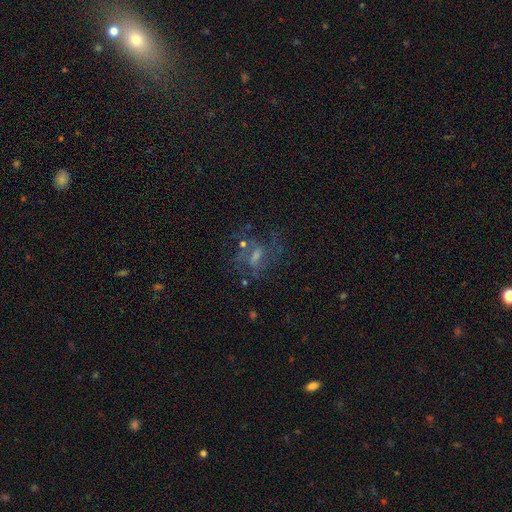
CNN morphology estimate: Smooth or featured?
  - featured or disk: 57% *
  - star or artifact: 22%
  - smooth: 21%
Edge-on disk?
  - no: 94% *
  - yes: 6%
Bar?
  - weak: 49% *
  - no: 33%
  - strong: 18%
Spiral arms?
  - yes: 71% *
  - no: 29%
Bulge size?
  - moderate: 38% *
  - small: 34%
  - none: 20%
  - large: 7%
  - dominant: 2%
Merging?
  - none: 58% *
  - major disturbance: 20%
  - minor disturbance: 17%
  - merger: 6%